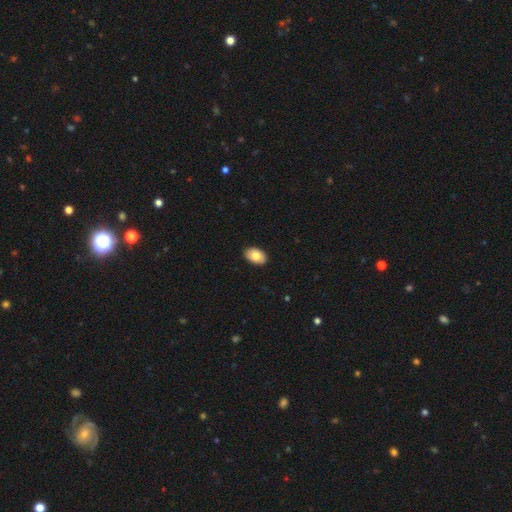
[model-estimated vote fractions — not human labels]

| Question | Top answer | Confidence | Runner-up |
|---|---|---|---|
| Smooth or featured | smooth | 79% | featured or disk (14%) |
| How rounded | in between | 90% | round (9%) |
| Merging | none | 90% | minor disturbance (7%) |